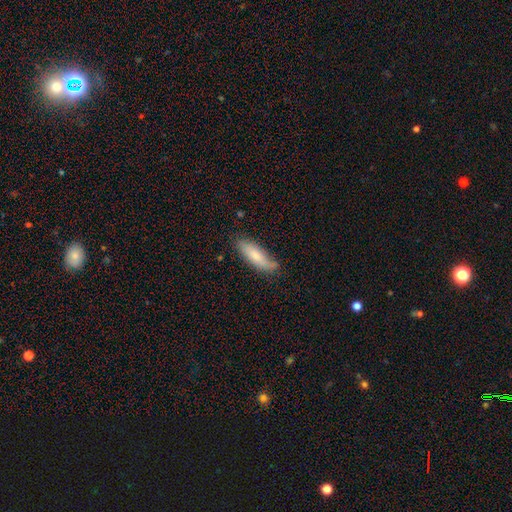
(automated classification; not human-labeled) smooth 74%, featured or disk 21%, star or artifact 6%. Down the decision tree: how rounded — in between (53%); merging — none (67%).